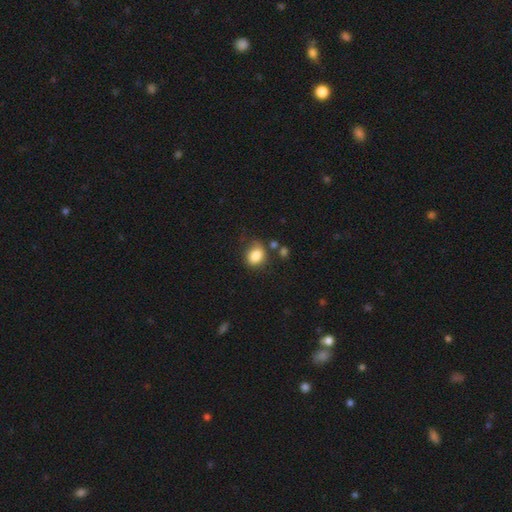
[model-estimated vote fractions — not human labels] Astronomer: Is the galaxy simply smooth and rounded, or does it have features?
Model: smooth — 85%.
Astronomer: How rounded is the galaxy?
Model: in between — 52% (runner-up: round, 47%).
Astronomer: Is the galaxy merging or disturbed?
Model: none — 61%.